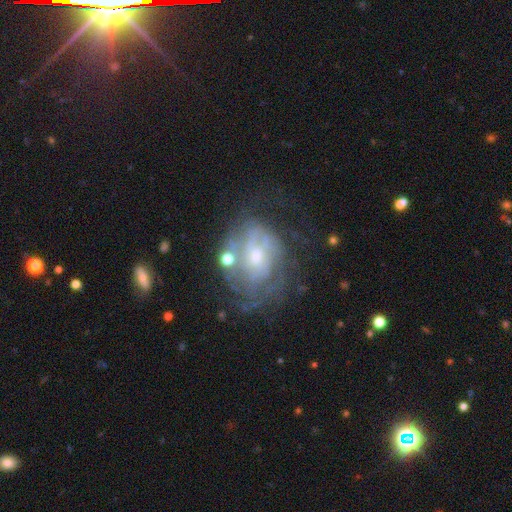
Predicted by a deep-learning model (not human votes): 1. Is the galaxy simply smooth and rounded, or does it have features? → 72% featured or disk, 19% smooth, 9% star or artifact.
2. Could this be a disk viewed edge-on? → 97% no, 3% yes.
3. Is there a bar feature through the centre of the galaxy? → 66% no, 29% weak, 5% strong.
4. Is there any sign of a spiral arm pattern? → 69% yes, 31% no.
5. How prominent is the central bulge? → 50% small, 41% moderate, 4% none, 3% large, 1% dominant.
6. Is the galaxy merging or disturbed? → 48% none, 23% major disturbance, 23% minor disturbance, 7% merger.